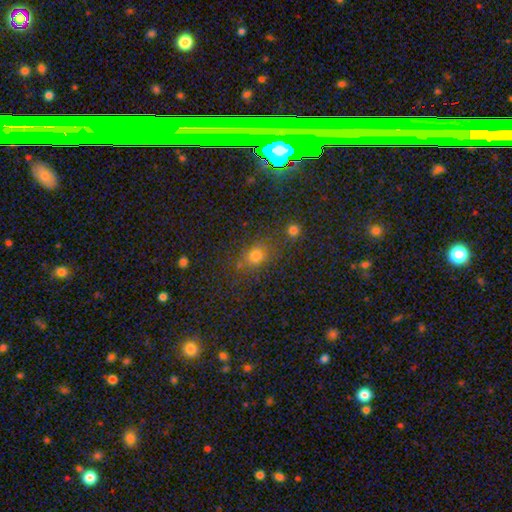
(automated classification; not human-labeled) Q: Smooth or featured?
A: smooth (70%); runner-up: star or artifact (22%)
Q: How rounded?
A: round (59%); runner-up: in between (39%)
Q: Merging?
A: none (69%); runner-up: minor disturbance (15%)